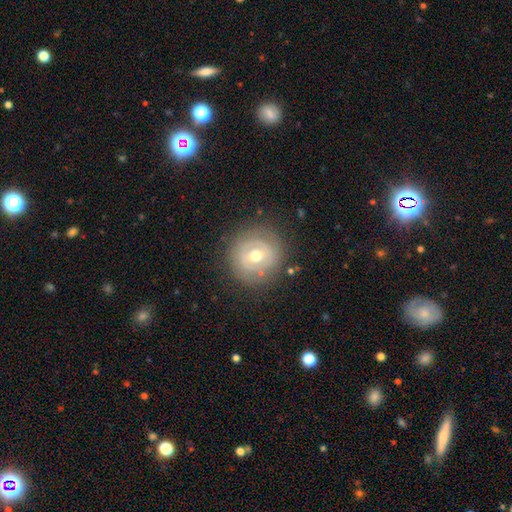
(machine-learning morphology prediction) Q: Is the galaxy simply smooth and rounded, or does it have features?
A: featured or disk — 54%.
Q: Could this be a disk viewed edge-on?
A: no — 96%.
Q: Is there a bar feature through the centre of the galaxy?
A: no — 60%.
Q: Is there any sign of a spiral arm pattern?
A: no — 63%.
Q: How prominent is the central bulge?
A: moderate — 70%.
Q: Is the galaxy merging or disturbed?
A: none — 80%.